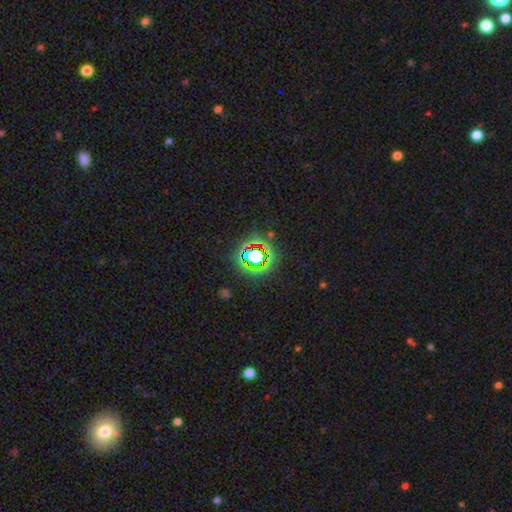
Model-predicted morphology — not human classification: Q: Smooth or featured?
A: star or artifact (67%); runner-up: smooth (21%)